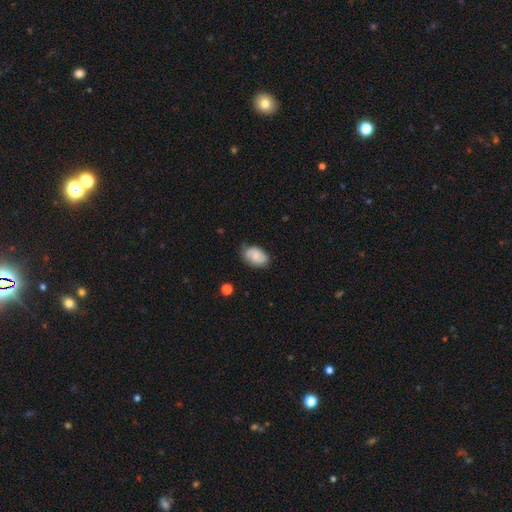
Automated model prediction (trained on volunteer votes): Q: Smooth or featured?
A: smooth (63%); runner-up: featured or disk (29%)
Q: How rounded?
A: in between (87%); runner-up: round (12%)
Q: Merging?
A: none (70%); runner-up: minor disturbance (24%)